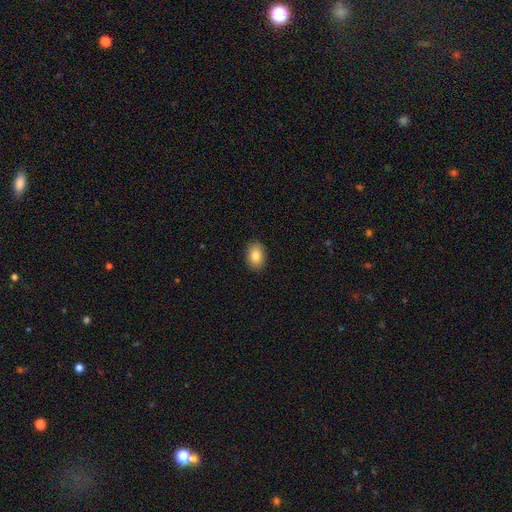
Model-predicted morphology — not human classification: This is clearly a smooth galaxy (83%). How rounded: likely in between (77%). Merging: clearly none (90%).